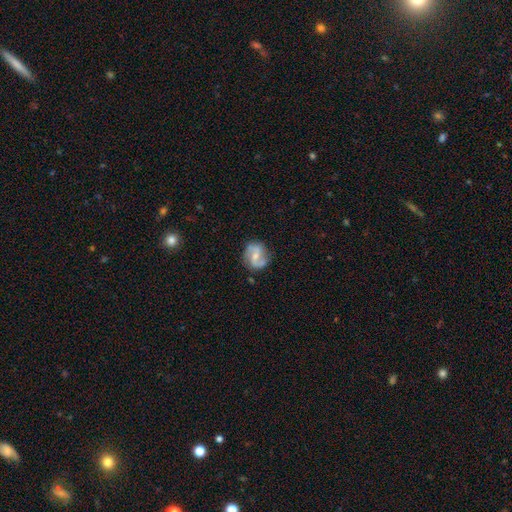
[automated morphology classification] The model was most divided on "spiral winding": medium: 43%, loose: 42%, tight: 15%. Remaining: edge-on disk — no (98%); spiral arms — yes (94%); spiral arm count — 2 (91%); smooth or featured — featured or disk (79%); merging — none (78%); bulge size — small (48%); bar — weak (44%).